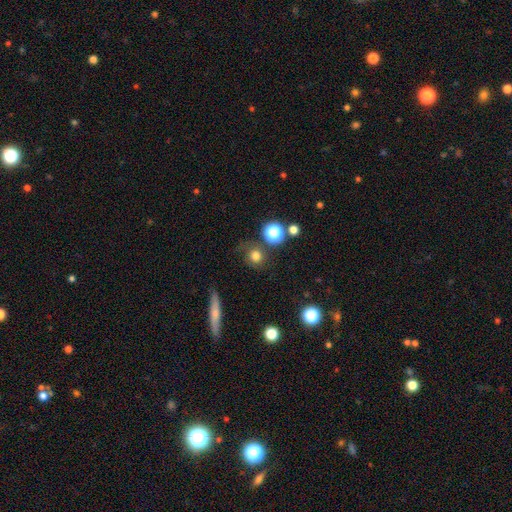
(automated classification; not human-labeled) A smooth galaxy with no disk features (74%) that is round (87%).

Vote fractions:
- Smooth or featured? smooth: 74% / star or artifact: 16% / featured or disk: 10%
- How rounded? round: 87% / in between: 12% / cigar-shaped: 2%
- Merging? none: 71% / minor disturbance: 15% / major disturbance: 8% / merger: 7%